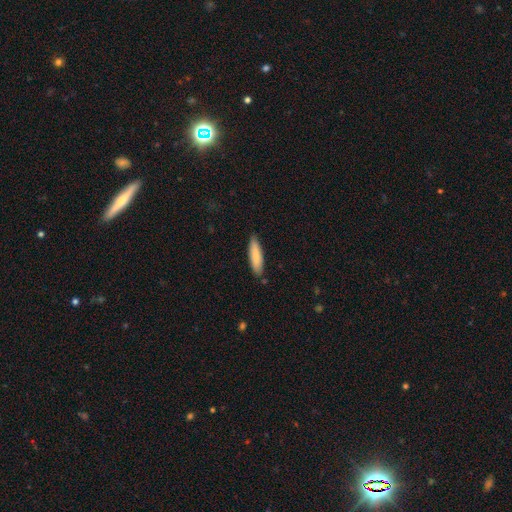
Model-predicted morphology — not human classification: smooth-or-featured: smooth: 83% | featured or disk: 11% | star or artifact: 6%
  how-rounded: cigar-shaped: 69% | in between: 29% | round: 1%
  merging: none: 84% | minor disturbance: 12% | major disturbance: 2% | merger: 2%